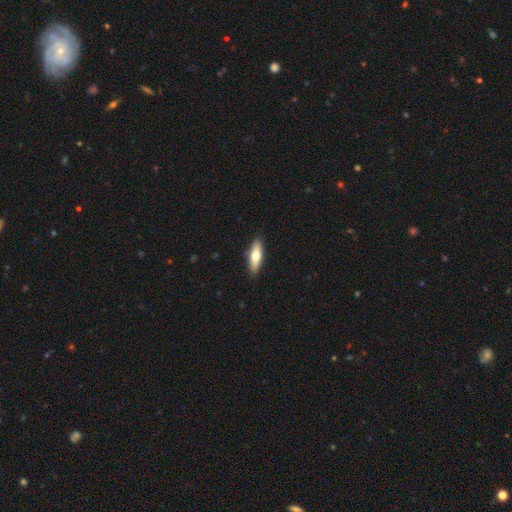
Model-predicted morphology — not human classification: This is likely a smooth galaxy (61%). How rounded: possibly cigar-shaped (50%). Merging: clearly none (90%).